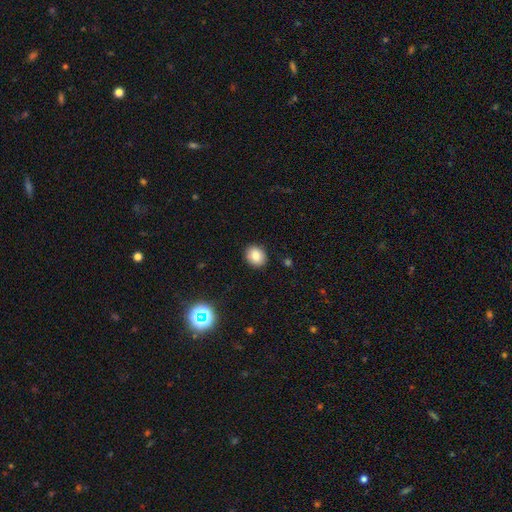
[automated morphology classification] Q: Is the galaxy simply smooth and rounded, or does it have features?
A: smooth — 82%.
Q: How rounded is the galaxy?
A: round — 59%.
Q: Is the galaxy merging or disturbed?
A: none — 89%.